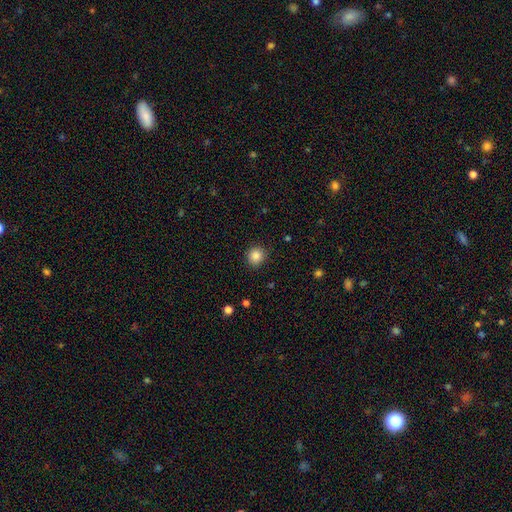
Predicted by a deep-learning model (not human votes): Smooth or featured: smooth — 86% (star or artifact — 10%)
How rounded: round — 90% (in between — 9%)
Merging: none — 90% (minor disturbance — 7%)